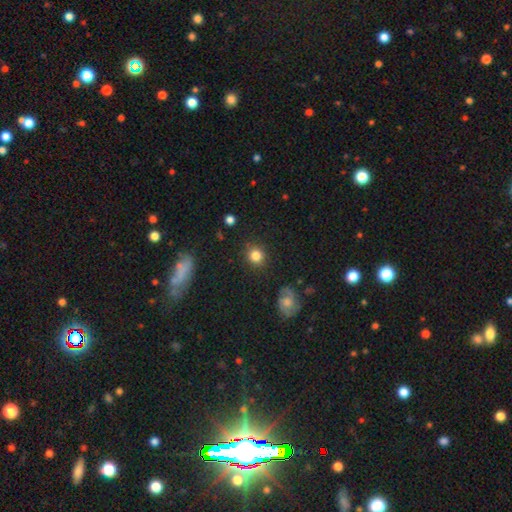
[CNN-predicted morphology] smooth_or_featured: smooth (p=0.82) [alt: star or artifact p=0.11]
how_rounded: round (p=0.82) [alt: in between p=0.16]
merging: none (p=0.85) [alt: minor disturbance p=0.10]